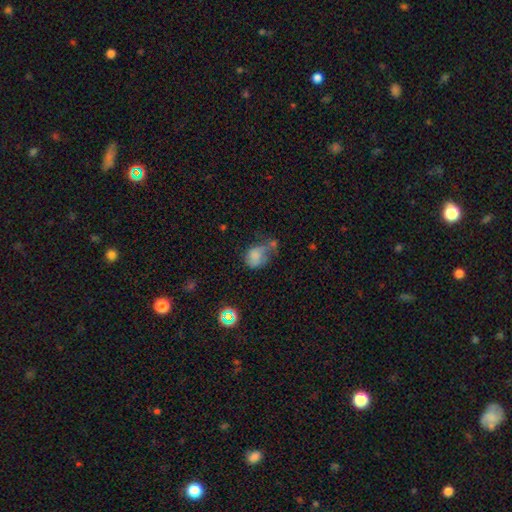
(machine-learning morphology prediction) A smooth galaxy with no disk features (70%) that is in between round and cigar-shaped (50%).

Vote fractions:
- Smooth or featured? smooth: 70% / featured or disk: 16% / star or artifact: 14%
- How rounded? in between: 50% / round: 49% / cigar-shaped: 1%
- Merging? none: 27% (tied) / major disturbance: 27% (tied) / minor disturbance: 26% / merger: 20%